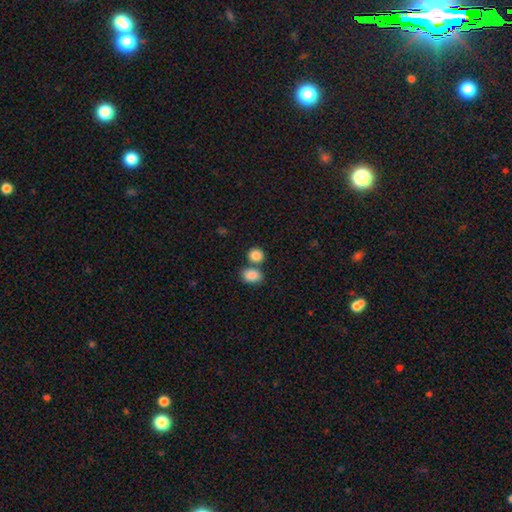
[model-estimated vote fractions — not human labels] smooth 86%, star or artifact 9%, featured or disk 5%. Down the decision tree: how rounded — round (73%); merging — none (59%).